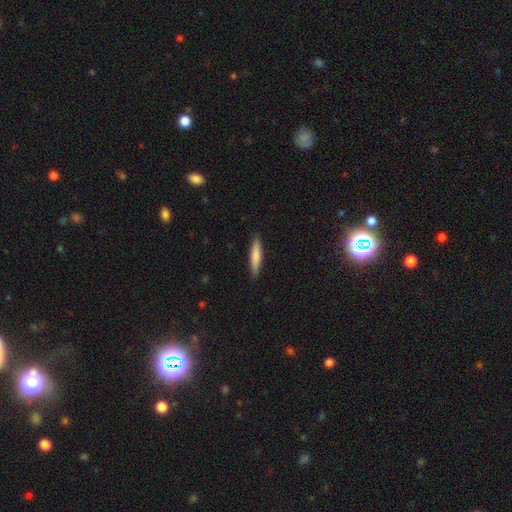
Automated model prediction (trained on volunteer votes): A smooth galaxy with no disk features (79%) that is cigar-shaped (88%). Merging: none (90%).